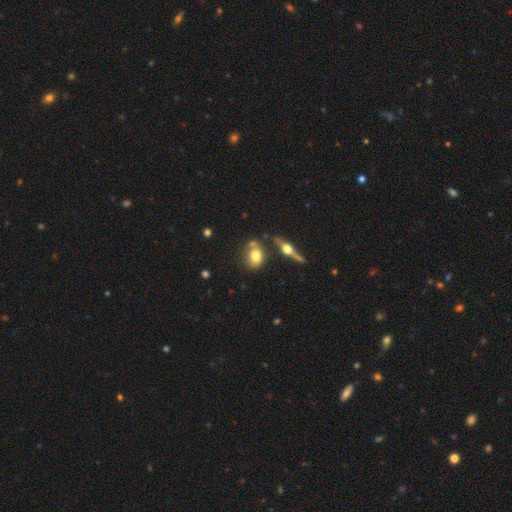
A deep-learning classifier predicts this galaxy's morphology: Smooth or featured? Predicted: smooth (p=0.68). How rounded? Predicted: in between (p=0.51). Merging? Predicted: none (p=0.64).